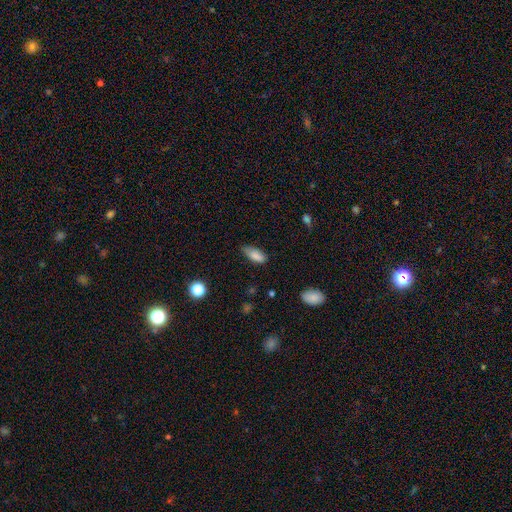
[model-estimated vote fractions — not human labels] smooth 85%, star or artifact 8%, featured or disk 7%. Down the decision tree: how rounded — in between (80%); merging — none (62%).